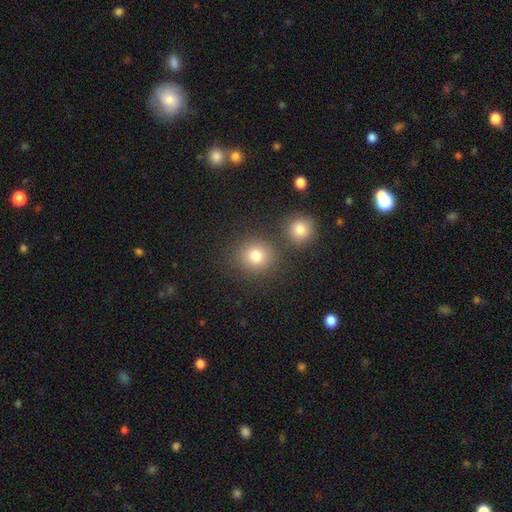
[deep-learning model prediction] Smooth or featured: smooth — 80% (star or artifact — 13%)
How rounded: round — 88% (in between — 11%)
Merging: none — 78% (merger — 11%)